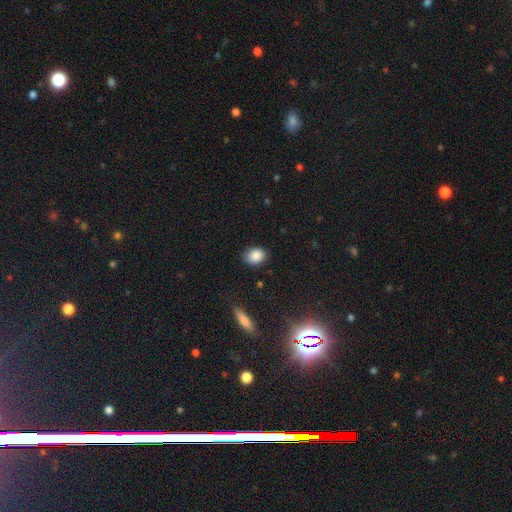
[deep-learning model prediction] A smooth galaxy with no disk features (87%) that is in between round and cigar-shaped (64%).

Vote fractions:
- Smooth or featured? smooth: 87% / star or artifact: 8% / featured or disk: 5%
- How rounded? in between: 64% / round: 35% / cigar-shaped: 1%
- Merging? none: 81% / minor disturbance: 14% / major disturbance: 3% / merger: 1%